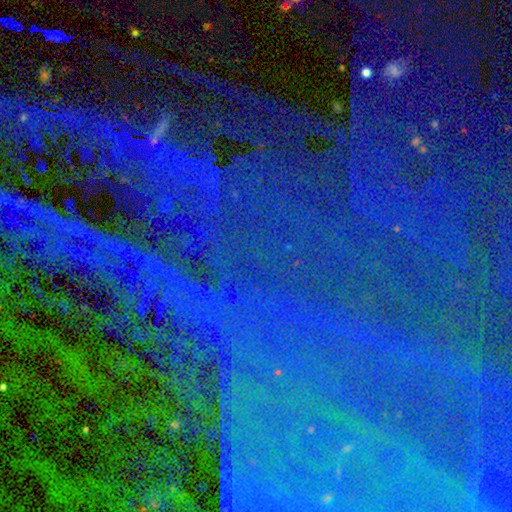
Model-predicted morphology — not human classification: This appears to be a star or artifact, not a galaxy (85%).